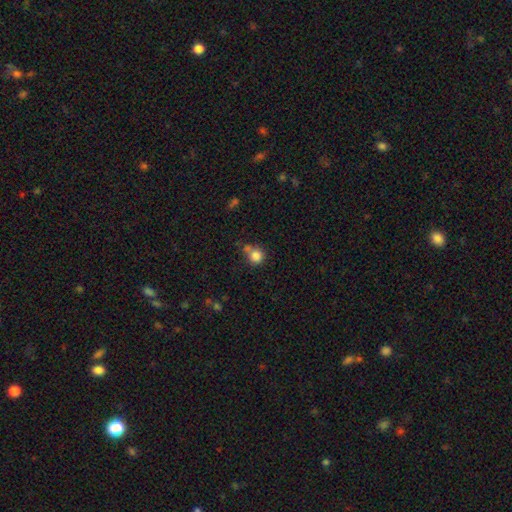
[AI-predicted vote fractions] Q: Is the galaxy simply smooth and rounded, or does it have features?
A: smooth — 83%.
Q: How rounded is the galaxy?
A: round — 88%.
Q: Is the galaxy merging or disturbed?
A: none — 56%.